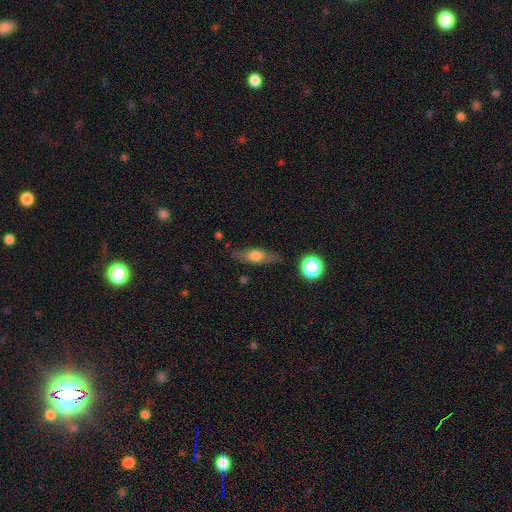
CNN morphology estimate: smooth 59%, featured or disk 32%, star or artifact 9%. Down the decision tree: how rounded — in between (53%); merging — none (78%).